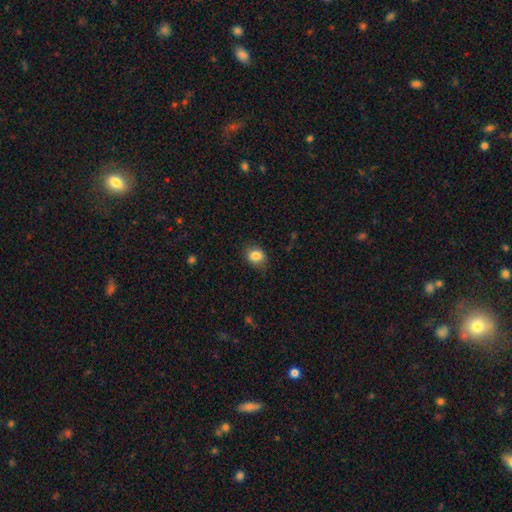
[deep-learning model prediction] This appears to be a smooth galaxy with no disk features (84%) that is in between round and cigar-shaped (51%). Merging: none (78%).